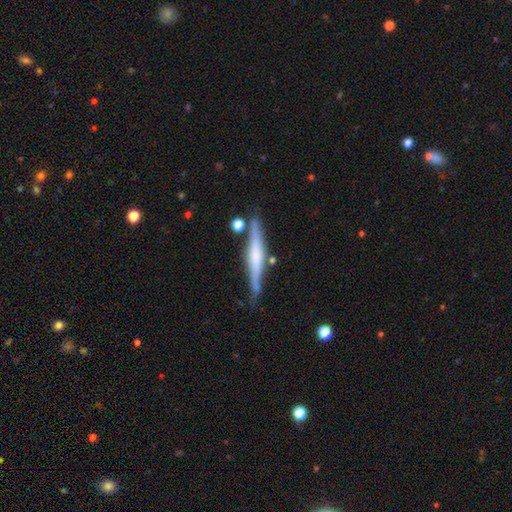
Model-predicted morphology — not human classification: This is likely a featured or disk galaxy (61%). It is clearly viewed edge-on (97%). Edge-on bulge: possibly rounded (50%). Merging: likely none (80%).